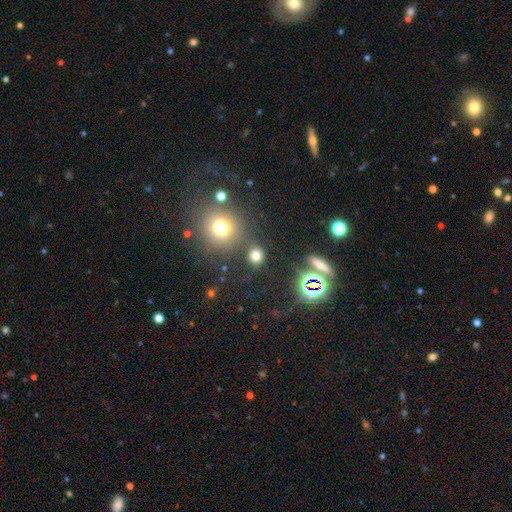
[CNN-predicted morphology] type=smooth (71%); roundness=round (77%); merging=none (75%).